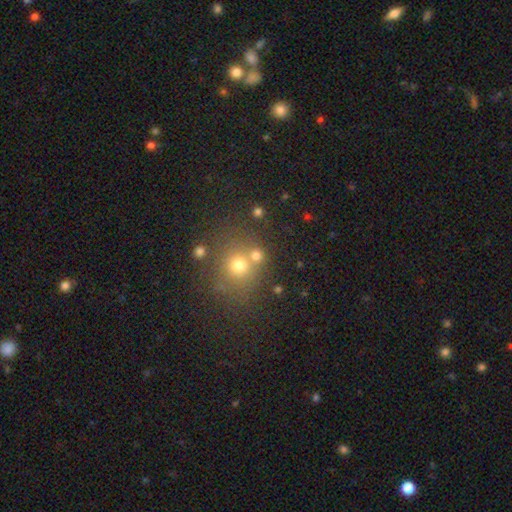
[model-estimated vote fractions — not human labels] Q: Smooth or featured?
A: smooth (70%); runner-up: star or artifact (20%)
Q: How rounded?
A: round (85%); runner-up: in between (14%)
Q: Merging?
A: none (63%); runner-up: merger (22%)